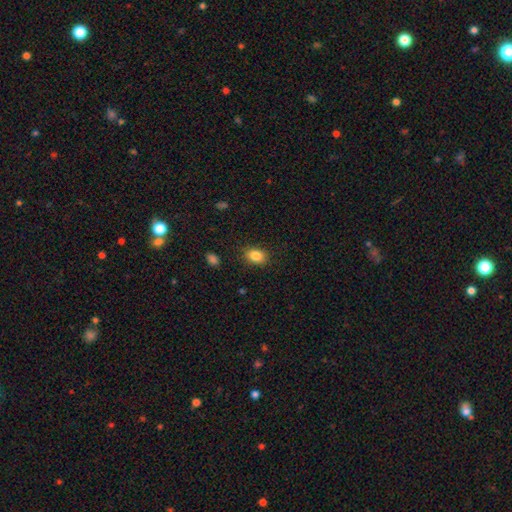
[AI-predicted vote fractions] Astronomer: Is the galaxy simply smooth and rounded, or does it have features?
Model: smooth — 86%.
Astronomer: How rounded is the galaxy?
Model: in between — 72%.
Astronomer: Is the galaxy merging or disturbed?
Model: none — 86%.